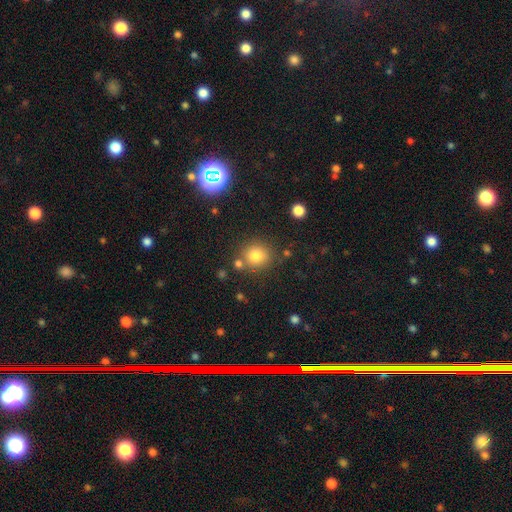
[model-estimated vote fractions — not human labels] Smooth or featured? Predicted: smooth (p=0.79). How rounded? Predicted: round (p=0.85). Merging? Predicted: none (p=0.77).